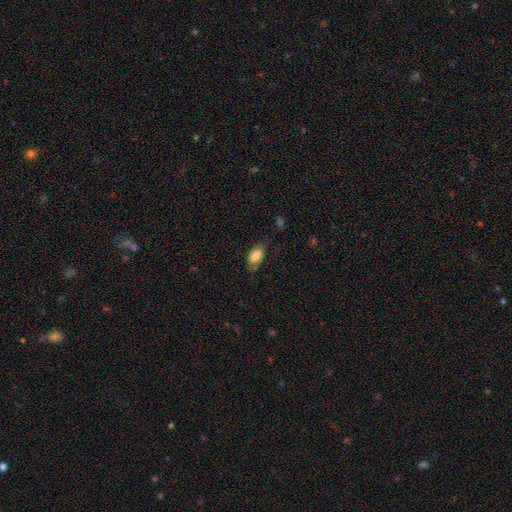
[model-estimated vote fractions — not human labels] Q: Smooth or featured?
A: smooth (82%); runner-up: featured or disk (11%)
Q: How rounded?
A: in between (91%); runner-up: cigar-shaped (5%)
Q: Merging?
A: none (61%); runner-up: minor disturbance (27%)